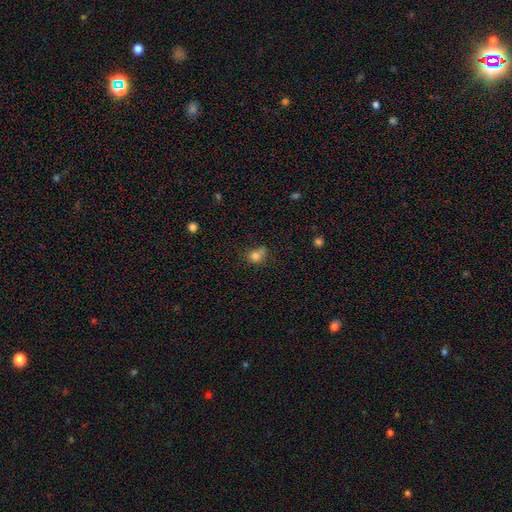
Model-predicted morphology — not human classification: A smooth galaxy with no disk features (78%) that is round (70%).

Vote fractions:
- Smooth or featured? smooth: 78% / star or artifact: 13% / featured or disk: 9%
- How rounded? round: 70% / in between: 29% / cigar-shaped: 1%
- Merging? none: 46% / minor disturbance: 24% / merger: 21% / major disturbance: 10%